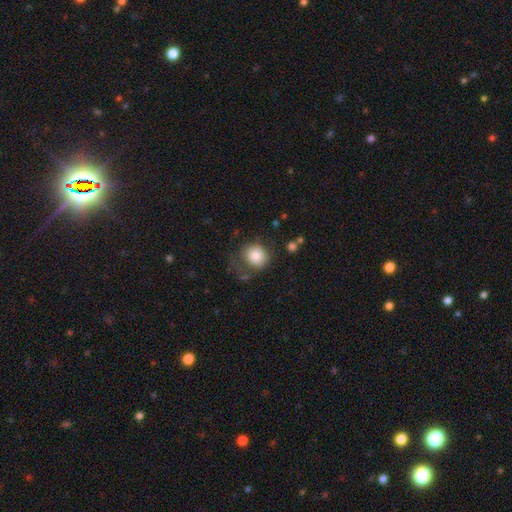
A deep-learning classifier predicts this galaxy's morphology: Overall: smooth (81%). How rounded: round (82%). Merging: none (59%; minor disturbance 22%).